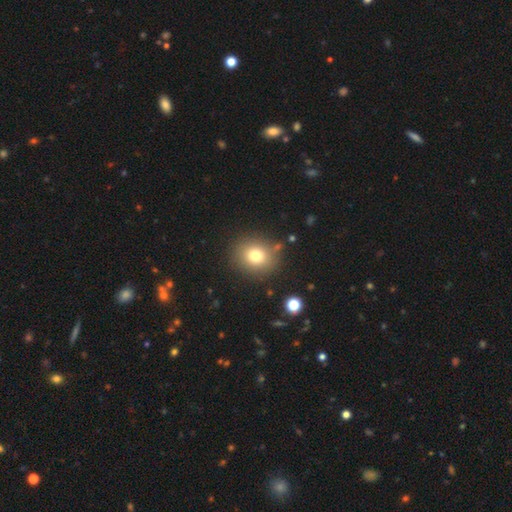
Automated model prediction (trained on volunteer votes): A smooth galaxy with no disk features (77%) that is round (79%).

Vote fractions:
- Smooth or featured? smooth: 77% / star or artifact: 13% / featured or disk: 10%
- How rounded? round: 79% / in between: 20% / cigar-shaped: 1%
- Merging? none: 84% / minor disturbance: 9% / major disturbance: 3% / merger: 3%